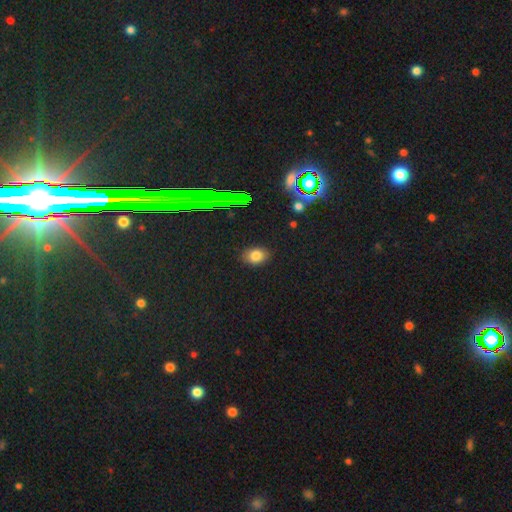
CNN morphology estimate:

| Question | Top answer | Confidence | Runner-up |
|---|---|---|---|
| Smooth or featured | smooth | 78% | star or artifact (15%) |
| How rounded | in between | 69% | round (30%) |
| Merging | none | 86% | minor disturbance (10%) |